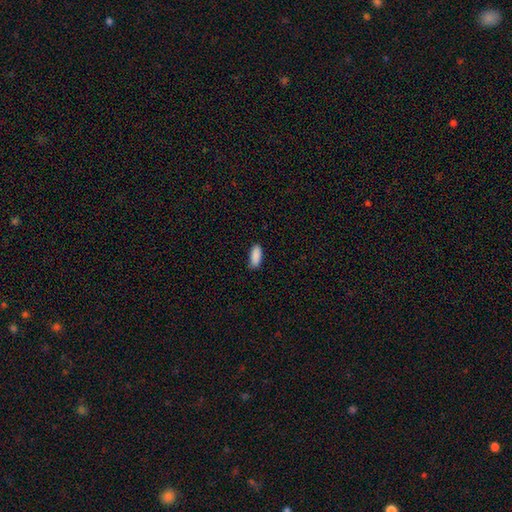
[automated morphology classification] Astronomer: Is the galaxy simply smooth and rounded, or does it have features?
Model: smooth — 90%.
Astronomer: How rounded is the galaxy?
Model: in between — 81%.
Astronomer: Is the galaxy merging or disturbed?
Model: none — 87%.